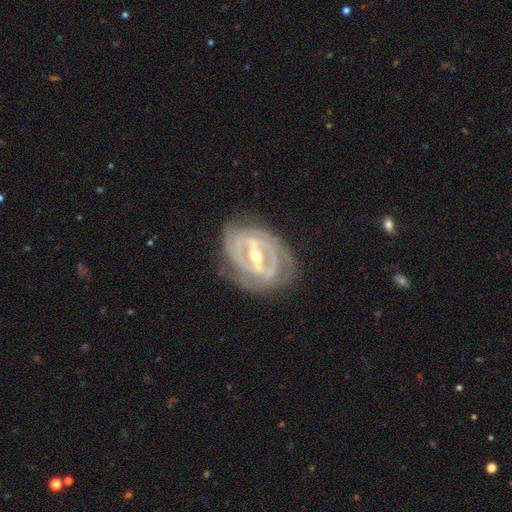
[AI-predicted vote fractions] A featured or disk galaxy (90%) with a strong bar (73%), 2 (43%) tight (70%) spiral arms (90%) and a moderate central bulge (61%).

Vote fractions:
- Smooth or featured? featured or disk: 90% / smooth: 5% / star or artifact: 4%
- Edge-on disk? no: 94% / yes: 6%
- Bar? strong: 73% / weak: 21% / no: 6%
- Spiral arms? yes: 90% / no: 10%
- Spiral winding? tight: 70% / medium: 24% / loose: 6%
- Spiral arm count? 2: 43% / can't tell: 24% / 3: 19% / 4: 6% / 1: 4% / more than 4: 4%
- Bulge size? moderate: 61% / small: 35% / large: 3% / none: 1% / dominant: 1%
- Merging? none: 76% / minor disturbance: 16% / major disturbance: 6% / merger: 1%